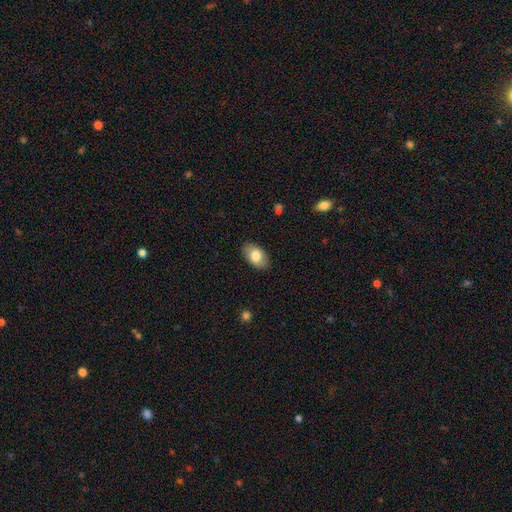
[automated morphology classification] A smooth galaxy with no disk features (78%) that is in between round and cigar-shaped (93%). Merging: none (85%).